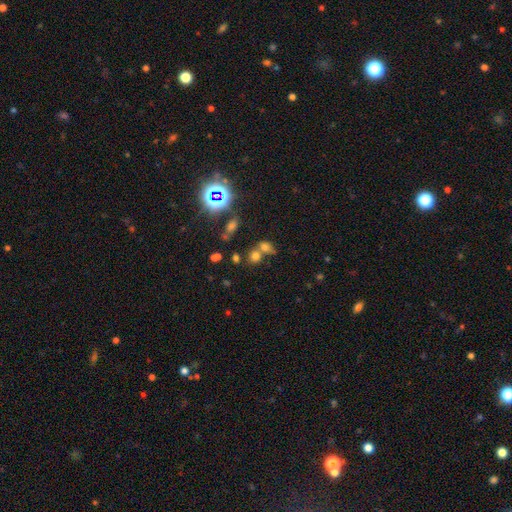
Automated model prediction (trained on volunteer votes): Smooth or featured? smooth (63%)
How rounded? round (67%)
Merging? none (46%)